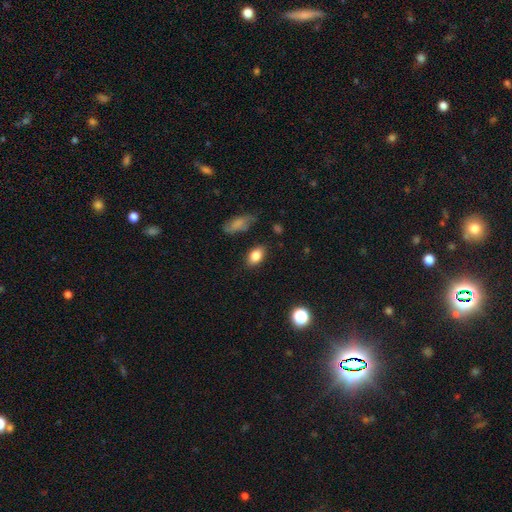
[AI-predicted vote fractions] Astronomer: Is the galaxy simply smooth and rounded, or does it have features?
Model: smooth — 83%.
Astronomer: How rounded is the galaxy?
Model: in between — 84%.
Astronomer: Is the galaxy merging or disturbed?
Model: none — 83%.